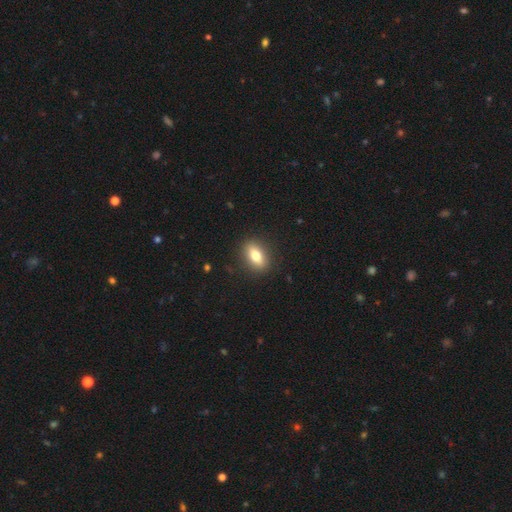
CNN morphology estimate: Smooth or featured? smooth (76%)
How rounded? in between (79%)
Merging? none (88%)